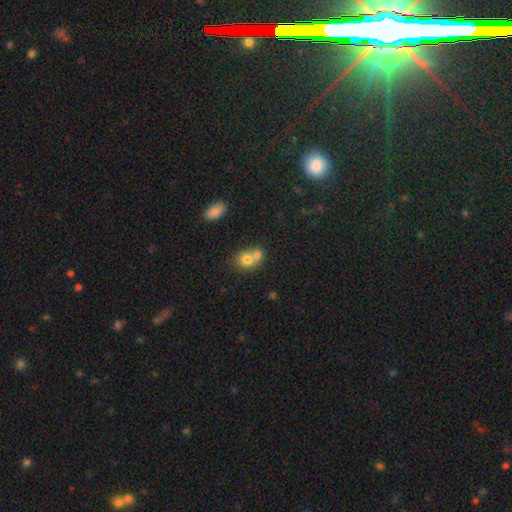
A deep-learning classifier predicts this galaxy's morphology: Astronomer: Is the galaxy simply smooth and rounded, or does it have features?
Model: smooth — 66%.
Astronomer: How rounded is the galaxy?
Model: round — 73%.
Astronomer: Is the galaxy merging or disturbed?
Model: merger — 46% (runner-up: none, 43%).